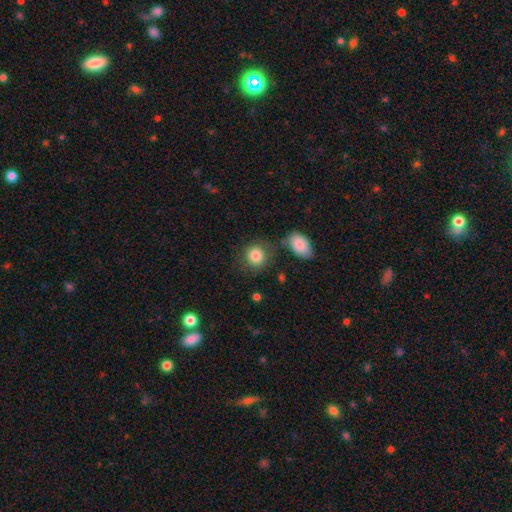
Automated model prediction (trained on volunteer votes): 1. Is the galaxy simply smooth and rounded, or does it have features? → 84% smooth, 8% star or artifact, 8% featured or disk.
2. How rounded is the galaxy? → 76% round, 23% in between, 1% cigar-shaped.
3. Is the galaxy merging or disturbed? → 70% none, 14% minor disturbance, 11% merger, 6% major disturbance.